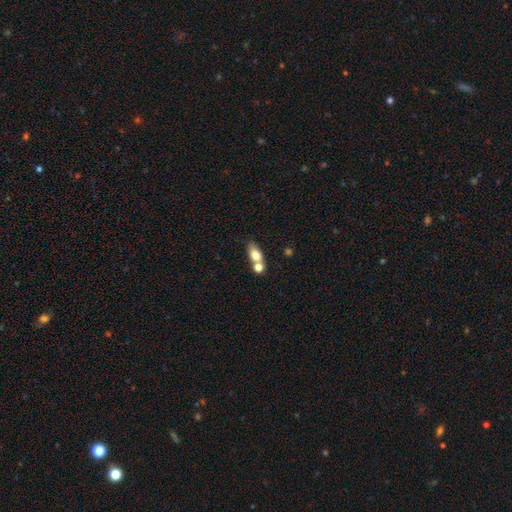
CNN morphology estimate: Q: Smooth or featured?
A: smooth (73%); runner-up: featured or disk (18%)
Q: How rounded?
A: in between (74%); runner-up: round (15%)
Q: Merging?
A: merger (43%); runner-up: none (42%)